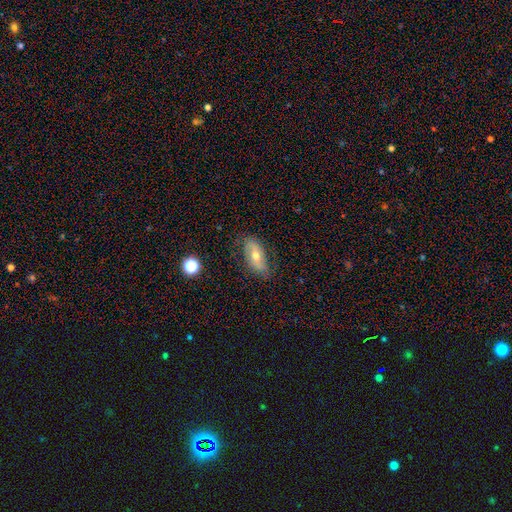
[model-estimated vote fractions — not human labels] Q: Smooth or featured?
A: featured or disk (49%); runner-up: smooth (43%)
Q: Merging?
A: none (74%); runner-up: minor disturbance (19%)